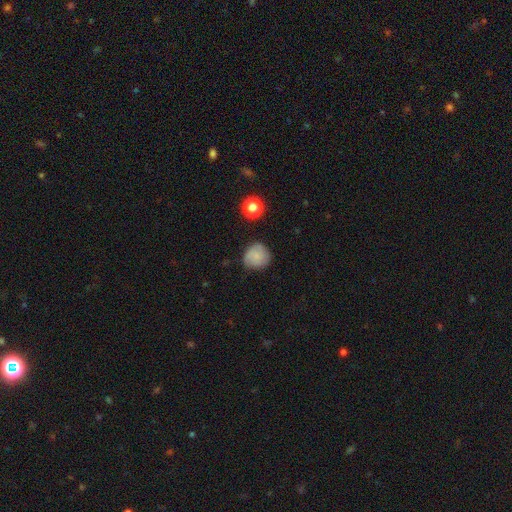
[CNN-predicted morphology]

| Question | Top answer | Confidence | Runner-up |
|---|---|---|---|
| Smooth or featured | smooth | 73% | featured or disk (17%) |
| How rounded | round | 87% | in between (12%) |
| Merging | none | 72% | minor disturbance (21%) |